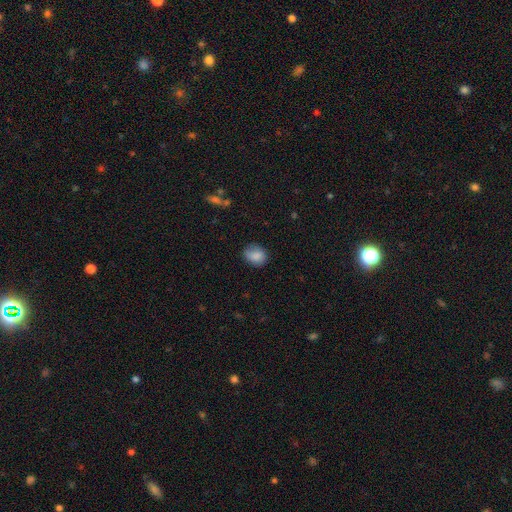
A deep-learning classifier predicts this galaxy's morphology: Smooth or featured: smooth — 83% (featured or disk — 9%)
How rounded: round — 54% (in between — 45%)
Merging: none — 71% (minor disturbance — 22%)